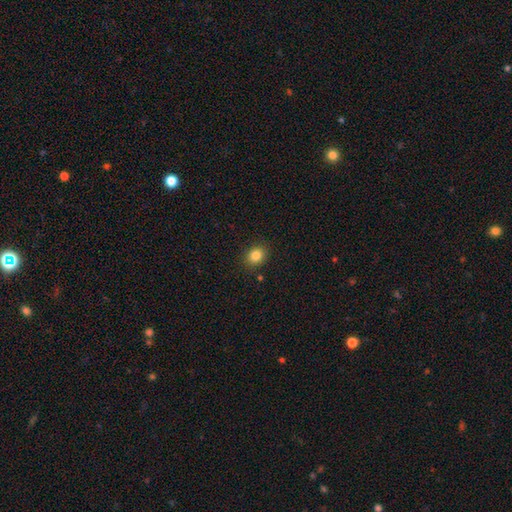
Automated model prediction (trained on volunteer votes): Smooth or featured?
  - smooth: 84% *
  - star or artifact: 11%
  - featured or disk: 5%
How rounded?
  - round: 57% *
  - in between: 42%
  - cigar-shaped: 1%
Merging?
  - none: 87% *
  - minor disturbance: 9%
  - major disturbance: 2%
  - merger: 2%